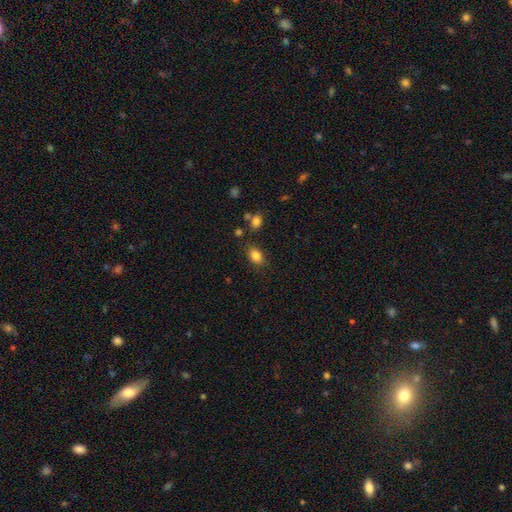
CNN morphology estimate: smooth 84%, star or artifact 10%, featured or disk 6%. Down the decision tree: how rounded — in between (78%); merging — none (80%).